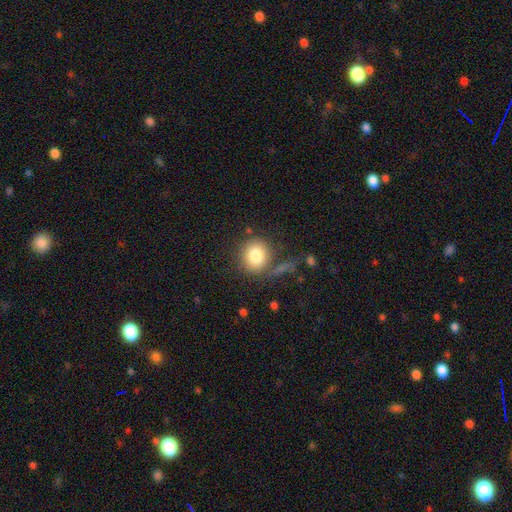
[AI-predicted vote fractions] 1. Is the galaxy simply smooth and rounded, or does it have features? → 81% smooth, 10% featured or disk, 9% star or artifact.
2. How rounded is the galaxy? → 86% round, 13% in between, 1% cigar-shaped.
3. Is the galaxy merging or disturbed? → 76% none, 12% minor disturbance, 6% merger, 6% major disturbance.